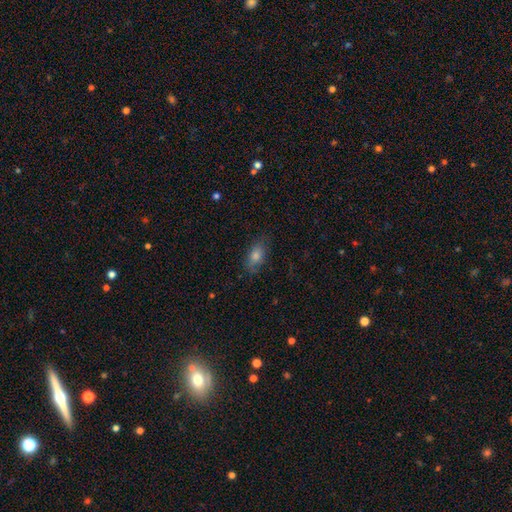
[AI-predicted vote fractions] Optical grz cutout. It shows a smooth galaxy with no disk features (68%) that is in between round and cigar-shaped (82%). Merging: none (79%).